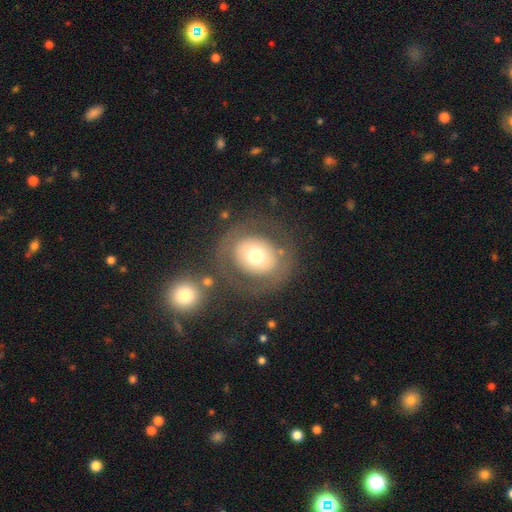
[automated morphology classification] Q: Smooth or featured?
A: smooth (54%); runner-up: featured or disk (38%)
Q: How rounded?
A: round (81%); runner-up: in between (18%)
Q: Merging?
A: none (74%); runner-up: minor disturbance (11%)